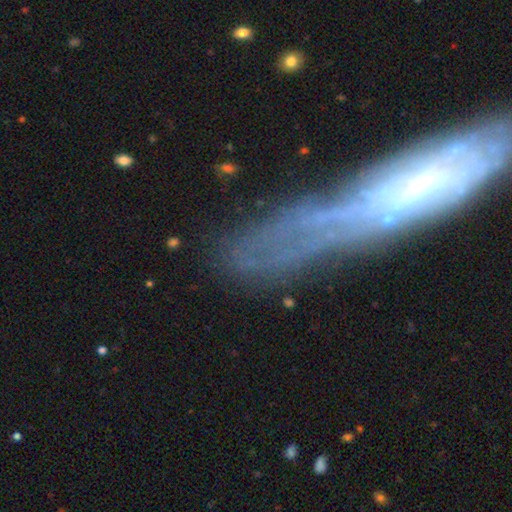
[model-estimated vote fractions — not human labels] Morphology: type=featured or disk (70%); edge-on=no (53%); merging=none (66%).